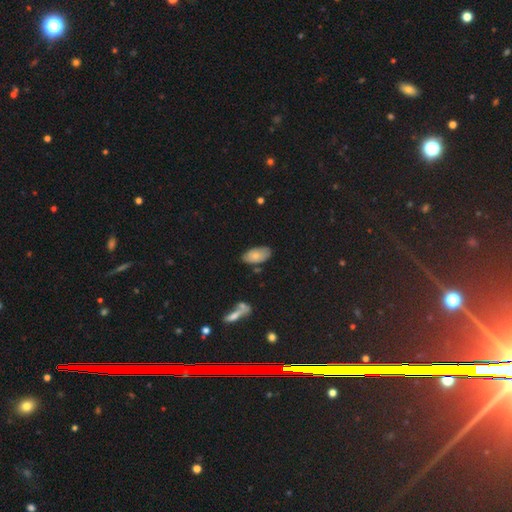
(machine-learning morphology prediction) Smooth or featured? Predicted: smooth (p=0.73). How rounded? Predicted: in between (p=0.93). Merging? Predicted: none (p=0.72).